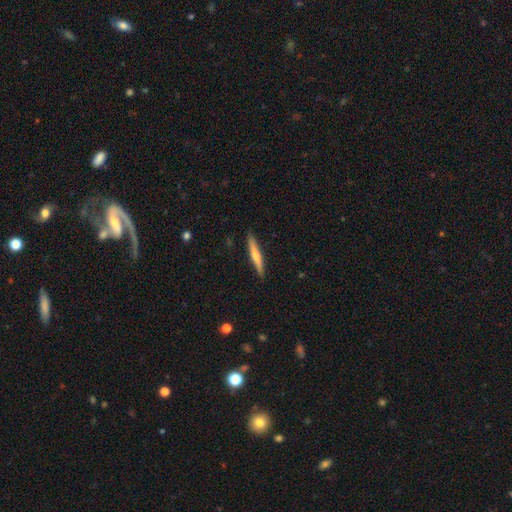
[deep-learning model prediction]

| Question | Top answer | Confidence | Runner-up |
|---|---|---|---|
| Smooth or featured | smooth | 49% | featured or disk (46%) |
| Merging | none | 88% | minor disturbance (9%) |